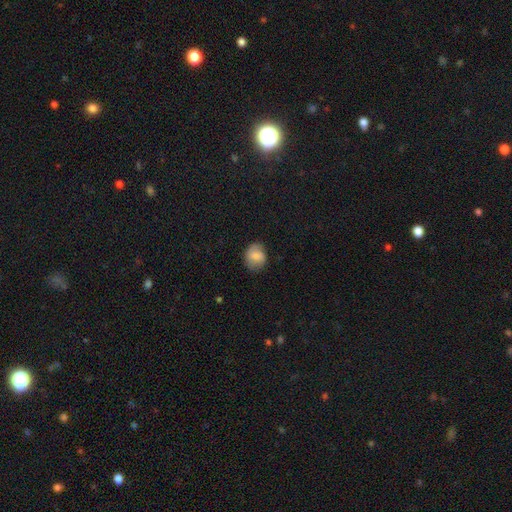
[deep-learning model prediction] smooth 78%, featured or disk 13%, star or artifact 8%. Down the decision tree: how rounded — round (60%); merging — none (73%).